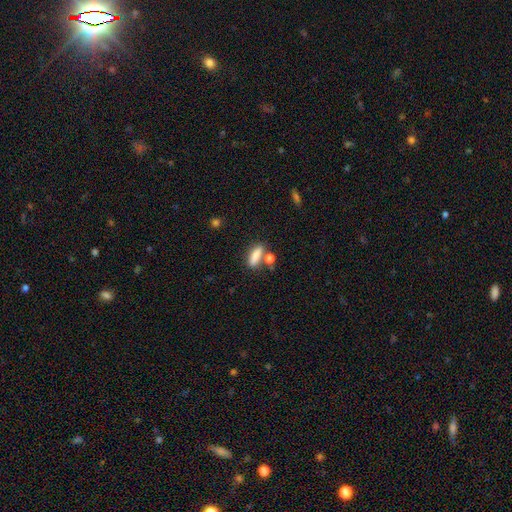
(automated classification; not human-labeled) Smooth or featured?
  - smooth: 82% *
  - featured or disk: 10%
  - star or artifact: 8%
How rounded?
  - cigar-shaped: 47% * (tied)
  - in between: 47% * (tied)
  - round: 6%
Merging?
  - none: 65% *
  - merger: 18%
  - minor disturbance: 13%
  - major disturbance: 4%